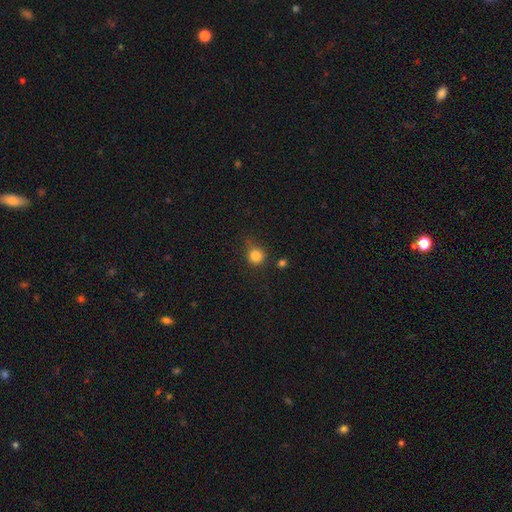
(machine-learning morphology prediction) A smooth galaxy with no disk features (83%) that is round (90%).

Vote fractions:
- Smooth or featured? smooth: 83% / star or artifact: 12% / featured or disk: 5%
- How rounded? round: 90% / in between: 9% / cigar-shaped: 1%
- Merging? none: 73% / minor disturbance: 17% / merger: 5% / major disturbance: 5%